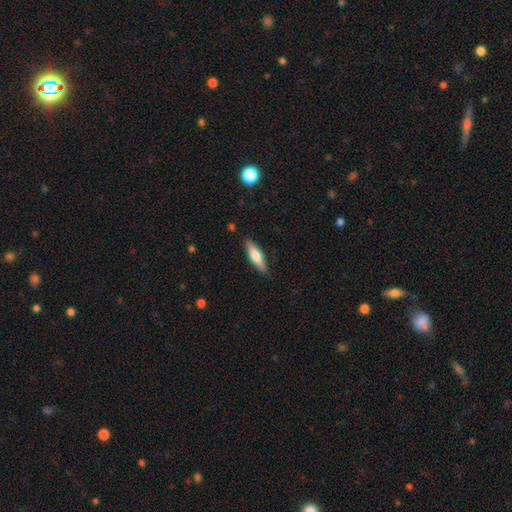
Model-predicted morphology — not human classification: This is likely a smooth galaxy (61%). How rounded: likely cigar-shaped (62%). Merging: clearly none (86%).